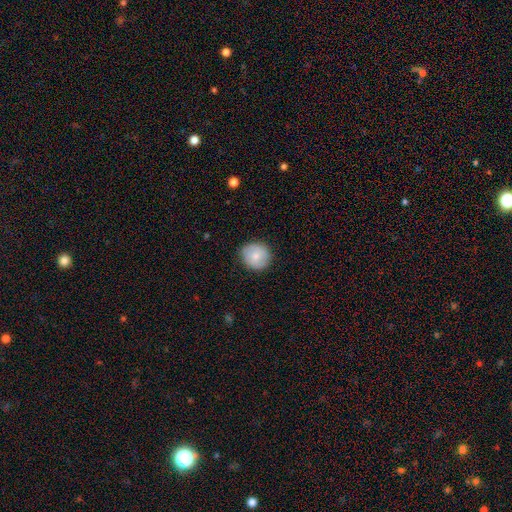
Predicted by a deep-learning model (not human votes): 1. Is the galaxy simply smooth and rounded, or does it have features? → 76% smooth, 17% featured or disk, 7% star or artifact.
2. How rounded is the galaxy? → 89% round, 10% in between, 1% cigar-shaped.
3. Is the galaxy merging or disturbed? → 87% none, 10% minor disturbance, 2% major disturbance, 1% merger.